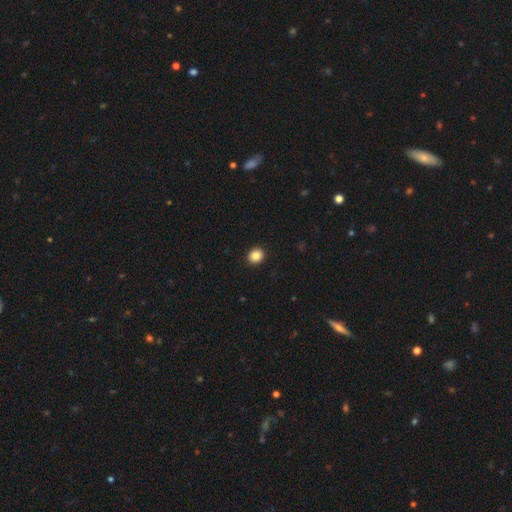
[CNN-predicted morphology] Smooth or featured? smooth (85%)
How rounded? round (71%)
Merging? none (93%)